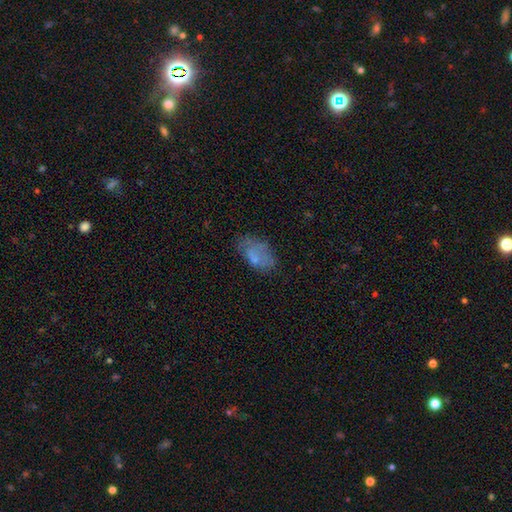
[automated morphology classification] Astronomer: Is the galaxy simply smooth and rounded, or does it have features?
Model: smooth — 64%.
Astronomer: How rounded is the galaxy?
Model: in between — 91%.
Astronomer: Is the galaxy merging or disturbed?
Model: none — 49% (runner-up: minor disturbance, 29%).